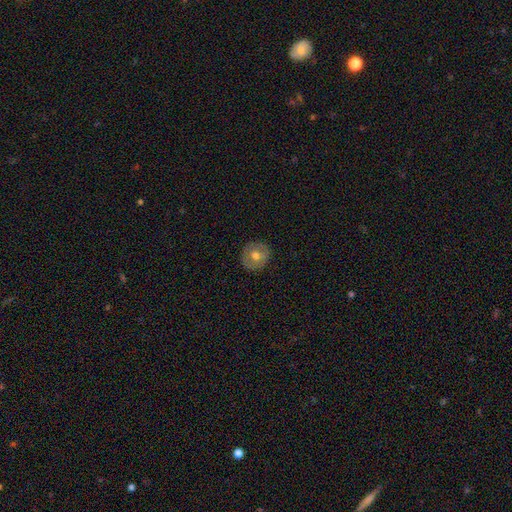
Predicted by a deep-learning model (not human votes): This is possibly a smooth galaxy (59%). How rounded: clearly round (91%). Merging: clearly none (87%).